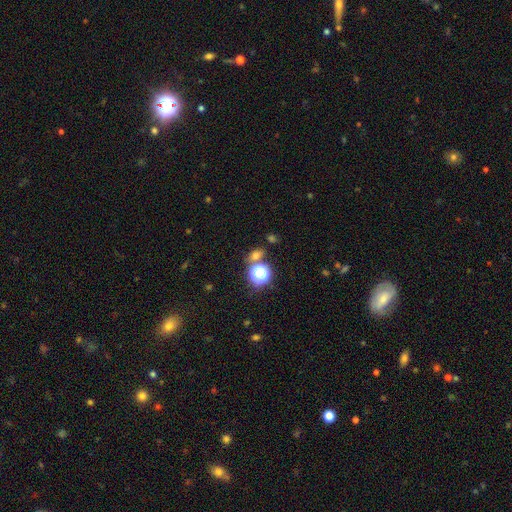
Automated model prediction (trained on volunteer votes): Smooth or featured?
  - smooth: 59% *
  - star or artifact: 32%
  - featured or disk: 8%
How rounded?
  - round: 52% *
  - in between: 45%
  - cigar-shaped: 3%
Merging?
  - none: 70% *
  - merger: 15%
  - minor disturbance: 11%
  - major disturbance: 5%